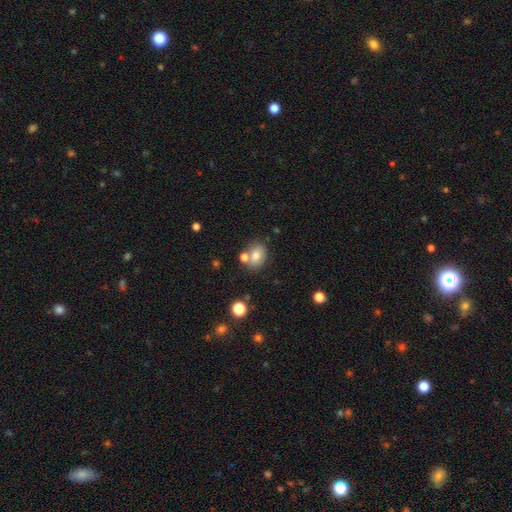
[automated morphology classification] Smooth or featured? smooth (75%)
How rounded? in between (56%)
Merging? none (61%)